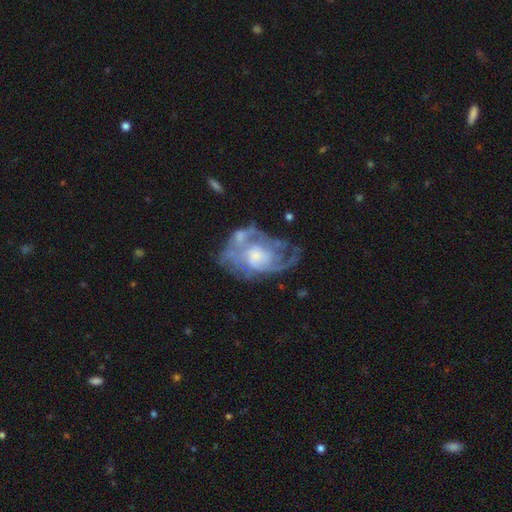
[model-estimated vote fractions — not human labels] Smooth or featured?
  - featured or disk: 79% *
  - smooth: 14%
  - star or artifact: 7%
Edge-on disk?
  - no: 97% *
  - yes: 3%
Bar?
  - no: 73% *
  - weak: 23%
  - strong: 4%
Spiral arms?
  - yes: 75% *
  - no: 25%
Spiral winding?
  - tight: 40% *
  - medium: 39%
  - loose: 21%
Spiral arm count?
  - can't tell: 46% *
  - 2: 24%
  - 3: 12%
  - 1: 9%
  - 4: 5%
  - more than 4: 4%
Bulge size?
  - moderate: 38% *
  - small: 33%
  - large: 16%
  - none: 11%
  - dominant: 2%
Merging?
  - none: 38% *
  - major disturbance: 28%
  - minor disturbance: 22%
  - merger: 13%